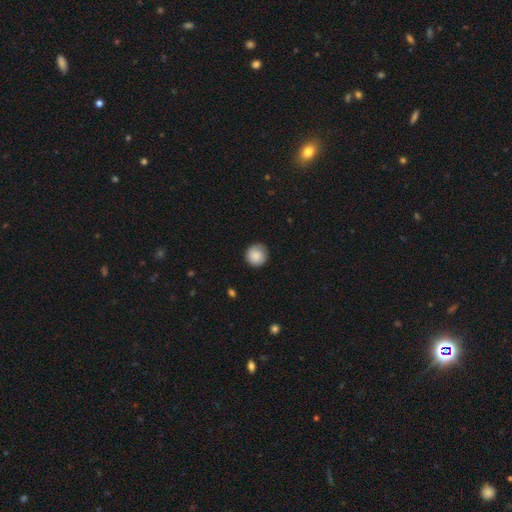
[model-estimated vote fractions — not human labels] This is clearly a smooth galaxy (86%). How rounded: clearly round (93%). Merging: clearly none (84%).